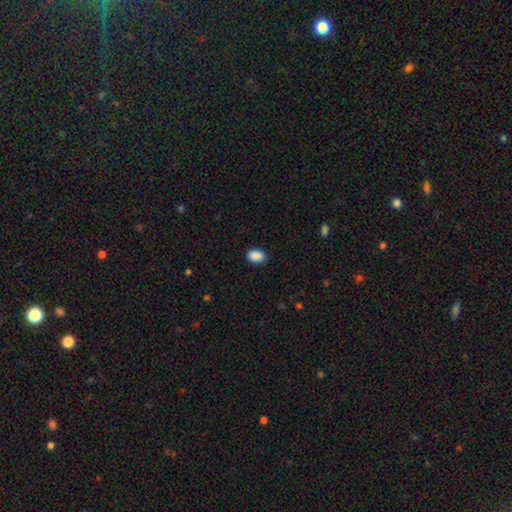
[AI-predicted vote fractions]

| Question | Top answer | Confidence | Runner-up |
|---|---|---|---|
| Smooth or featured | smooth | 90% | star or artifact (7%) |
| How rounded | in between | 85% | round (14%) |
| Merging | none | 87% | minor disturbance (10%) |